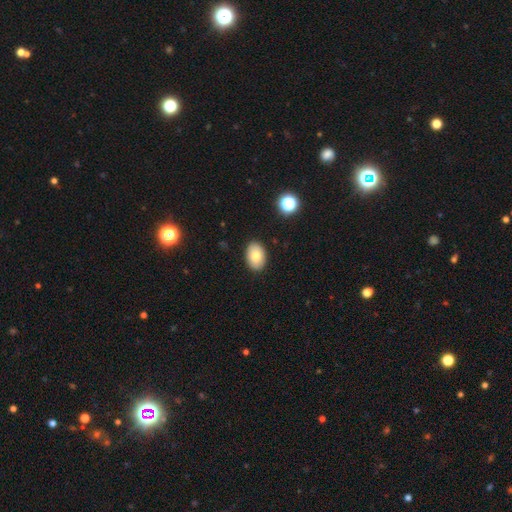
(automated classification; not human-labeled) This is clearly a smooth galaxy (83%). How rounded: clearly in between (86%). Merging: clearly none (89%).